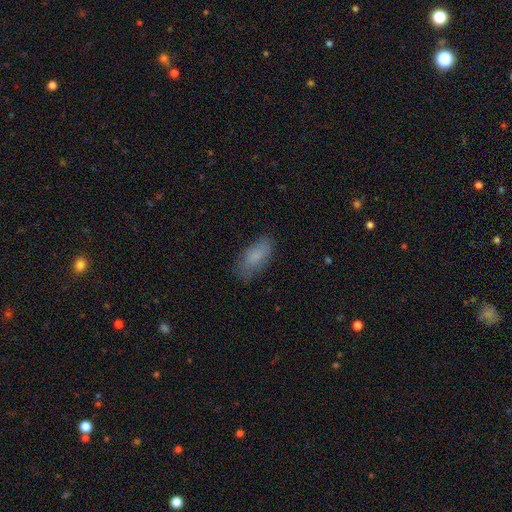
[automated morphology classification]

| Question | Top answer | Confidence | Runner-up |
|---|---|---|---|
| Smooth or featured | smooth | 83% | featured or disk (10%) |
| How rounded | in between | 86% | cigar-shaped (11%) |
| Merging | none | 79% | minor disturbance (16%) |